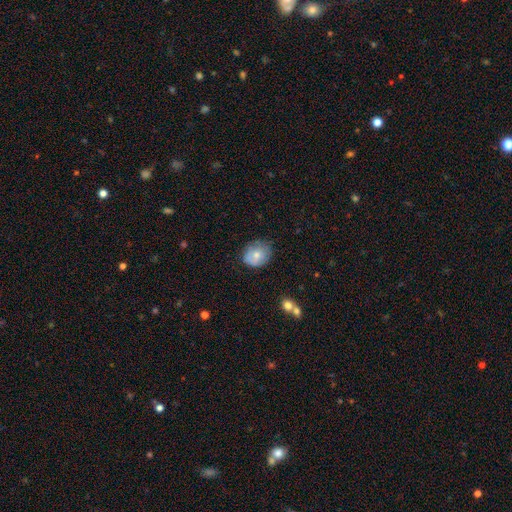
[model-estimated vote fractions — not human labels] Smooth or featured: smooth — 73% (featured or disk — 19%)
How rounded: round — 61% (in between — 38%)
Merging: none — 66% (minor disturbance — 26%)